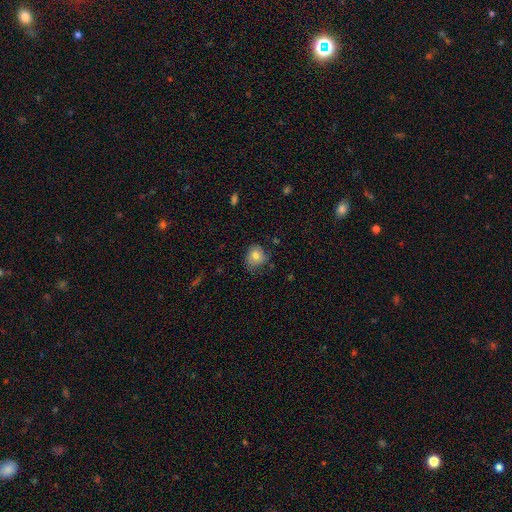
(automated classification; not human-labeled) Smooth or featured? smooth (75%)
How rounded? round (70%)
Merging? none (64%)